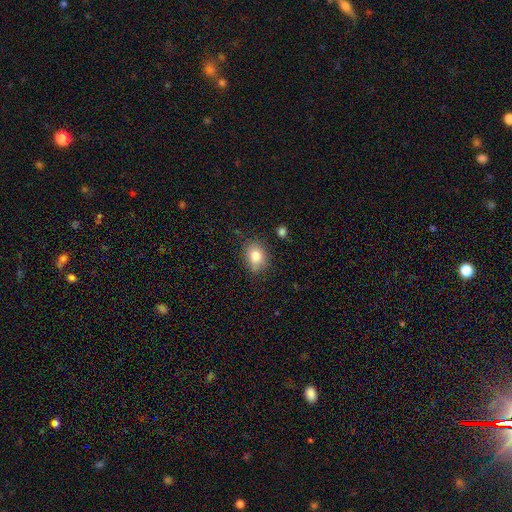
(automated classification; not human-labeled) This is clearly a smooth galaxy (80%). How rounded: possibly in between (57%). Merging: likely none (77%).